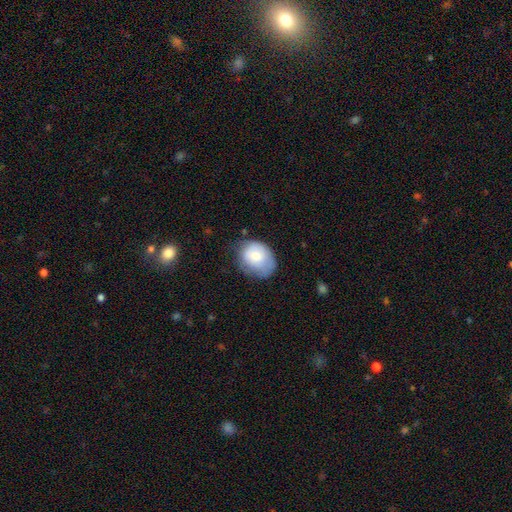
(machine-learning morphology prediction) This appears to be a smooth galaxy with no disk features (75%) that is in between round and cigar-shaped (56%). Merging: none (51%).